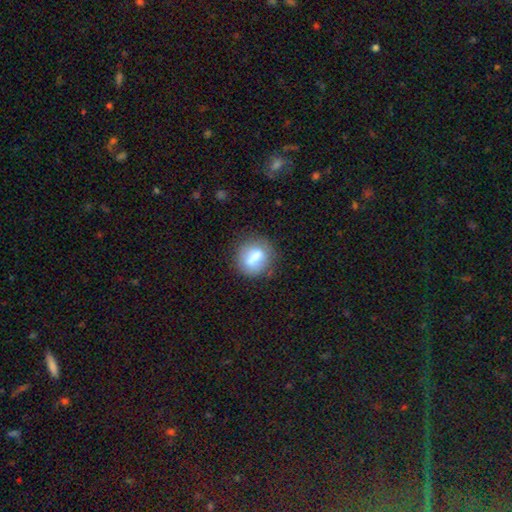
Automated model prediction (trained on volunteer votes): smooth 69%, featured or disk 21%, star or artifact 9%. Down the decision tree: how rounded — round (71%); merging — none (65%).